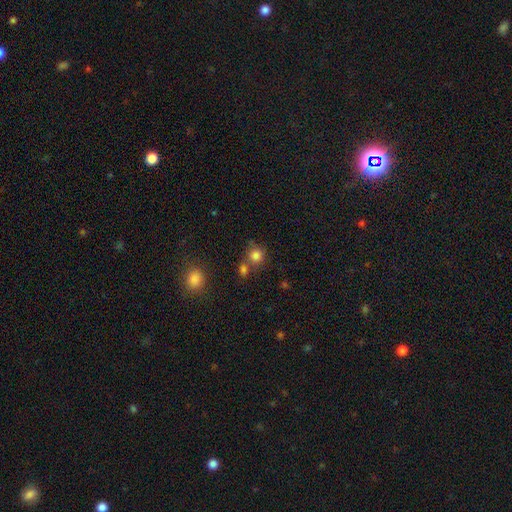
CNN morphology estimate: Q: Smooth or featured?
A: smooth (81%); runner-up: star or artifact (12%)
Q: How rounded?
A: round (87%); runner-up: in between (12%)
Q: Merging?
A: none (58%); runner-up: merger (26%)